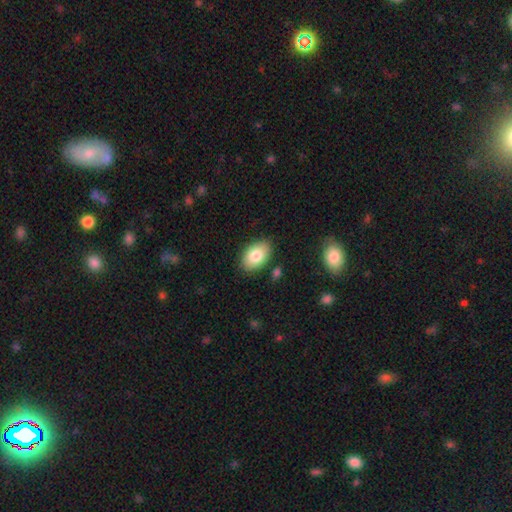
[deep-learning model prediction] The model was most divided on "smooth or featured": smooth: 81%, featured or disk: 12%, star or artifact: 7%. More confident: how rounded — in between (92%); merging — none (85%).